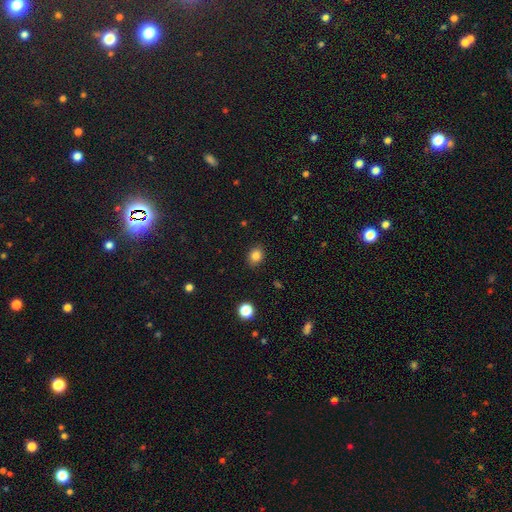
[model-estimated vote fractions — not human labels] This appears to be a smooth galaxy with no disk features (83%) that is round (55%). Merging: none (88%).